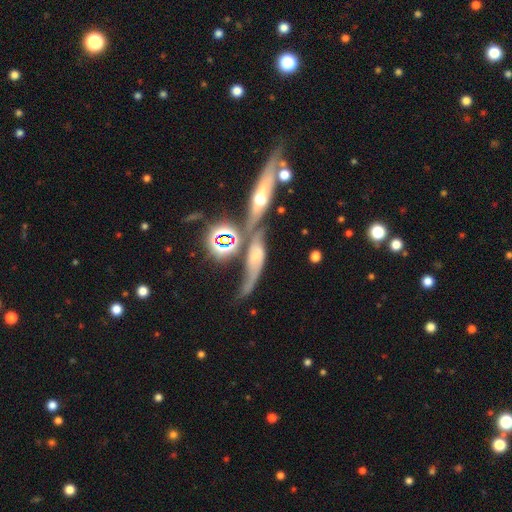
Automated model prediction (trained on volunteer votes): A featured or disk galaxy (63%).

Vote fractions:
- Smooth or featured? featured or disk: 63% / smooth: 23% / star or artifact: 15%
- Edge-on disk? no: 56% / yes: 44%
- Merging? merger: 40% / none: 29% / minor disturbance: 17% / major disturbance: 14%